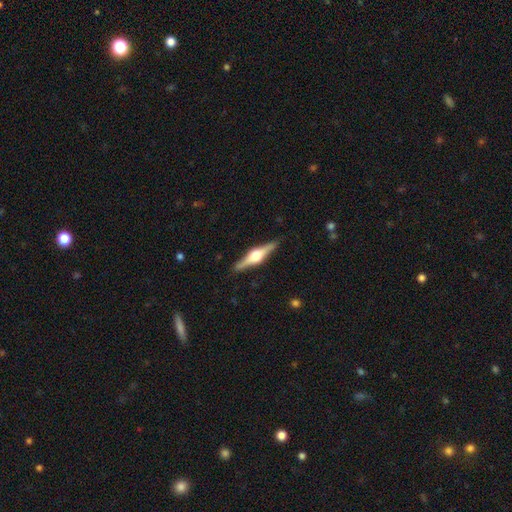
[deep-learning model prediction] The model was most divided on "smooth or featured": featured or disk: 79%, smooth: 16%, star or artifact: 5%. More confident: edge-on disk — yes (98%); edge-on bulge — rounded (93%); merging — none (90%).